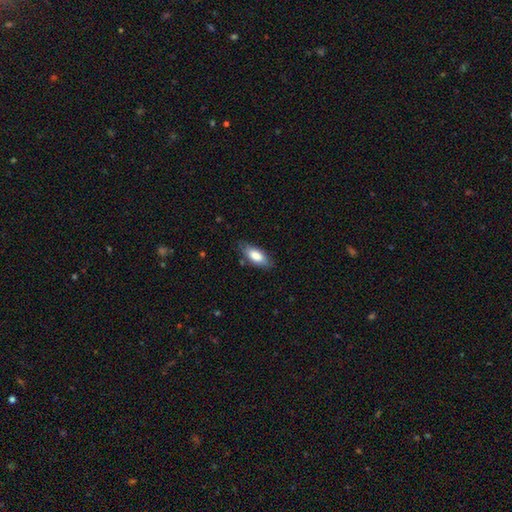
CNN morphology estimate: A smooth galaxy with no disk features (80%) that is in between round and cigar-shaped (81%). Merging: none (78%).